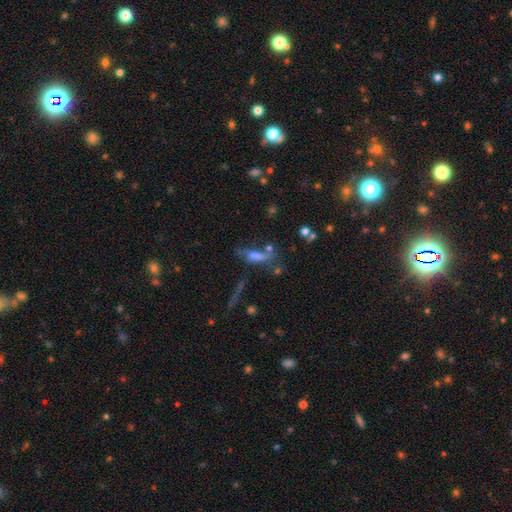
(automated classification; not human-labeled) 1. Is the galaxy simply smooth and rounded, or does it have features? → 54% smooth, 26% featured or disk, 20% star or artifact.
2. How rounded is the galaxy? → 49% cigar-shaped, 46% in between, 5% round.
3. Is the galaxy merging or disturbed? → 40% none, 24% major disturbance, 21% minor disturbance, 16% merger.